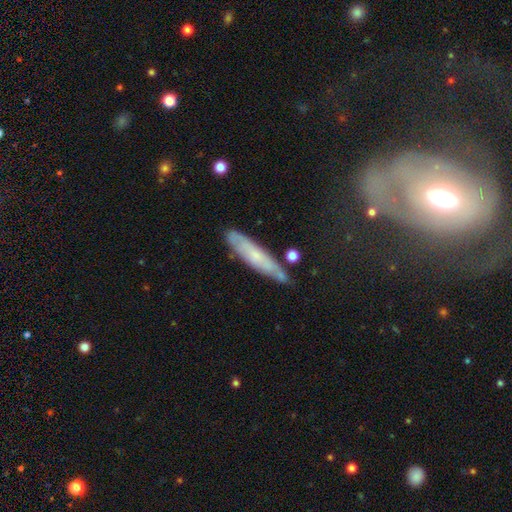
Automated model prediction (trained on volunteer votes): Q: Smooth or featured?
A: smooth (49%); runner-up: featured or disk (43%)
Q: Merging?
A: none (75%); runner-up: minor disturbance (18%)